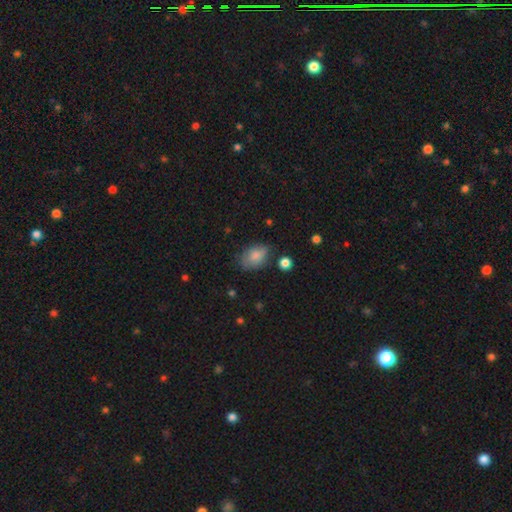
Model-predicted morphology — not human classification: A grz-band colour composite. It shows a smooth galaxy with no disk features (79%) that is in between round and cigar-shaped (79%). Merging: none (60%).